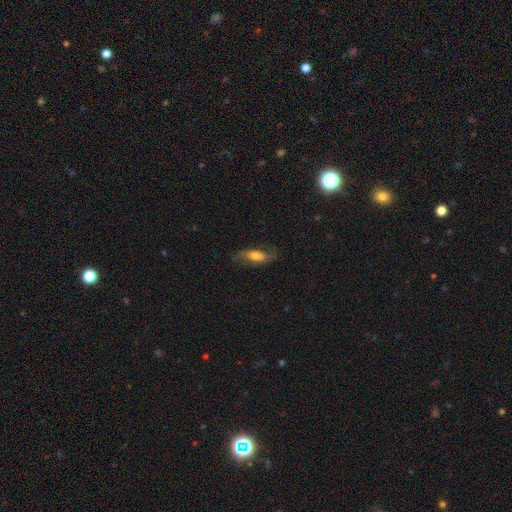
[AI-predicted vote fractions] smooth_or_featured: featured or disk (p=0.54) [alt: smooth p=0.38]
disk_edge_on: no (p=0.79) [alt: yes p=0.21]
merging: none (p=0.70) [alt: minor disturbance p=0.19]